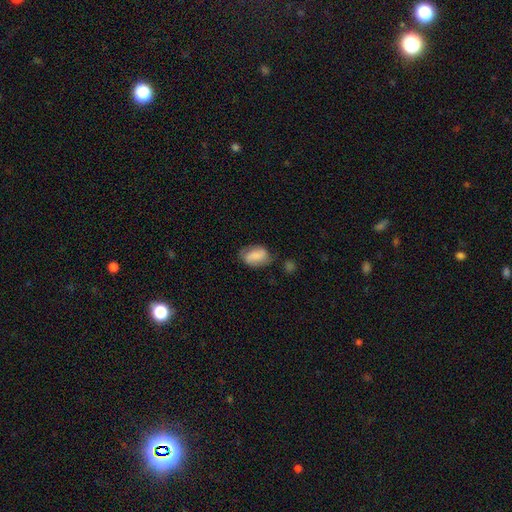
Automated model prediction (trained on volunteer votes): Morphology: type=smooth (73%); roundness=in between (87%); merging=none (59%).